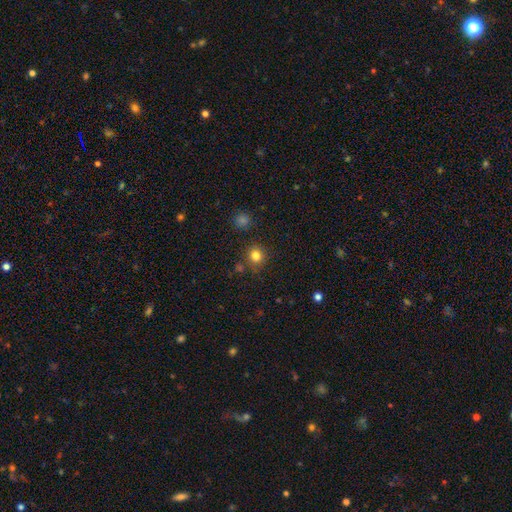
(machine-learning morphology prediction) Q: Smooth or featured?
A: smooth (81%); runner-up: star or artifact (13%)
Q: How rounded?
A: round (90%); runner-up: in between (9%)
Q: Merging?
A: none (83%); runner-up: minor disturbance (9%)